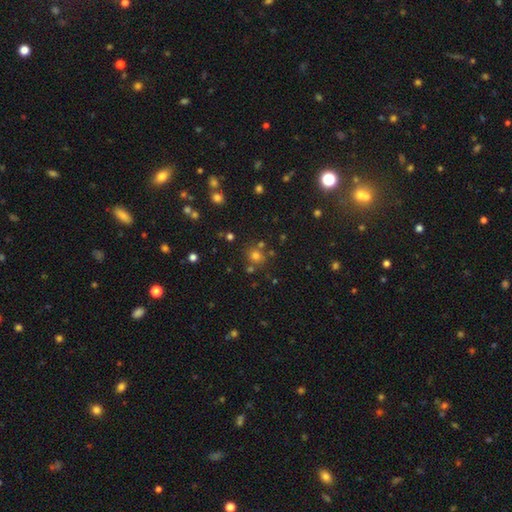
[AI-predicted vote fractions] The model was most divided on "smooth or featured": smooth: 69%, star or artifact: 23%, featured or disk: 8%. More confident: how rounded — round (83%); merging — none (72%).